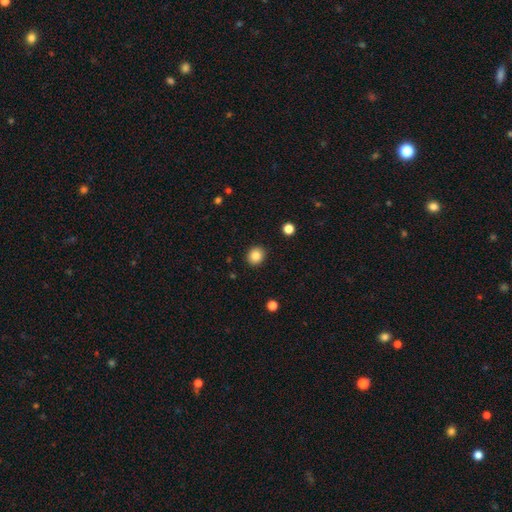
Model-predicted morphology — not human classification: type=smooth (86%); roundness=round (78%); merging=none (91%).